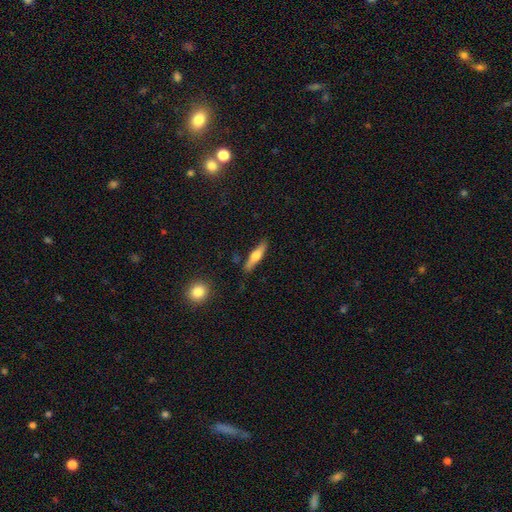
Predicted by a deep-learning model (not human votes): Smooth or featured? featured or disk (49%)
Merging? none (84%)